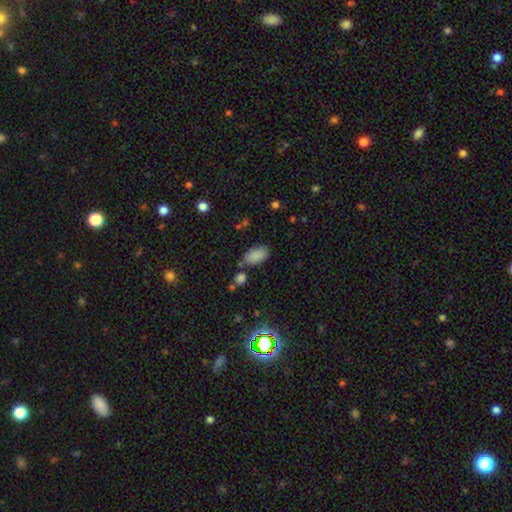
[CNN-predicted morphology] smooth 87%, star or artifact 8%, featured or disk 4%. Down the decision tree: how rounded — in between (94%); merging — none (74%).